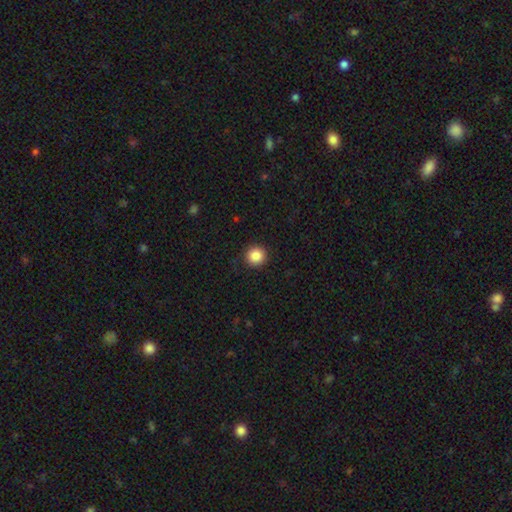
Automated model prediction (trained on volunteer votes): This is clearly a smooth galaxy (86%). How rounded: clearly round (95%). Merging: clearly none (92%).